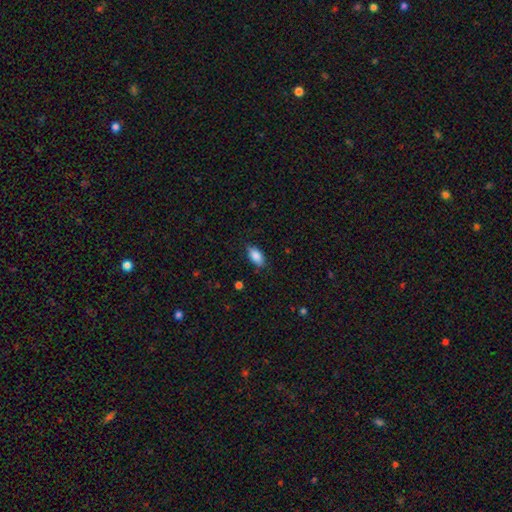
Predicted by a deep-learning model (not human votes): Smooth or featured: smooth — 86% (featured or disk — 7%)
How rounded: in between — 89% (cigar-shaped — 7%)
Merging: none — 80% (minor disturbance — 16%)